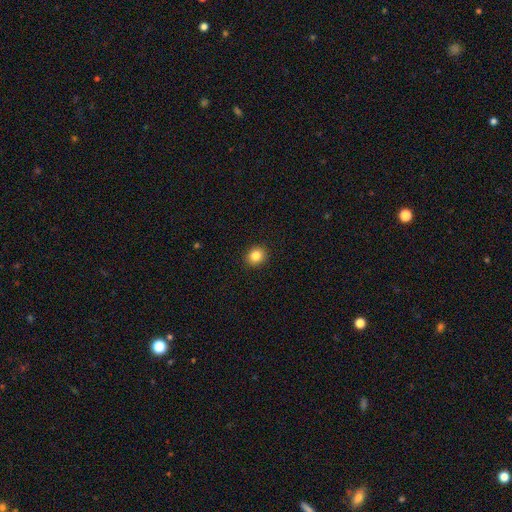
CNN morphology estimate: Q: Smooth or featured?
A: smooth (85%); runner-up: star or artifact (10%)
Q: How rounded?
A: round (82%); runner-up: in between (17%)
Q: Merging?
A: none (92%); runner-up: minor disturbance (5%)